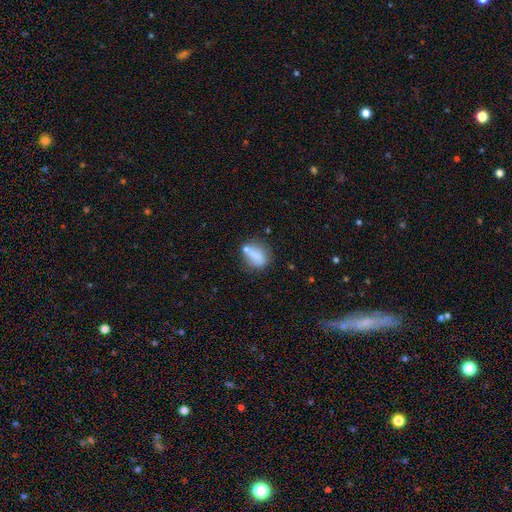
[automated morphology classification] Q: Smooth or featured?
A: smooth (75%); runner-up: featured or disk (16%)
Q: How rounded?
A: in between (68%); runner-up: round (24%)
Q: Merging?
A: none (47%); runner-up: minor disturbance (22%)